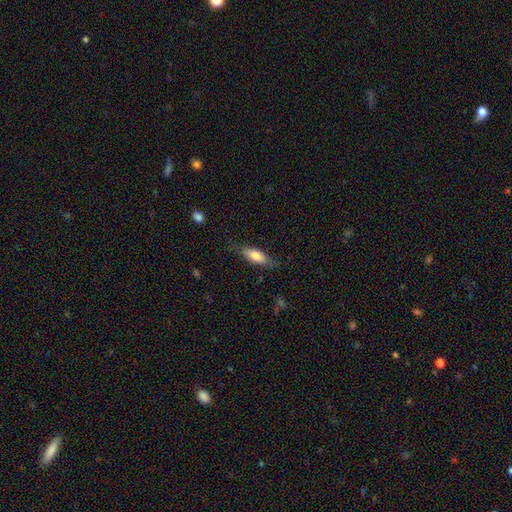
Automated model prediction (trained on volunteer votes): Smooth or featured? Predicted: smooth (p=0.73). How rounded? Predicted: in between (p=0.67). Merging? Predicted: none (p=0.74).